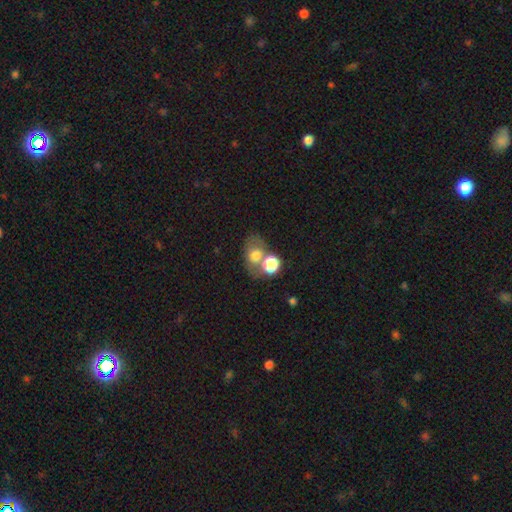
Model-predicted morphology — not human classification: This is likely a smooth galaxy (67%). How rounded: possibly in between (60%). Merging: marginally none (44%).